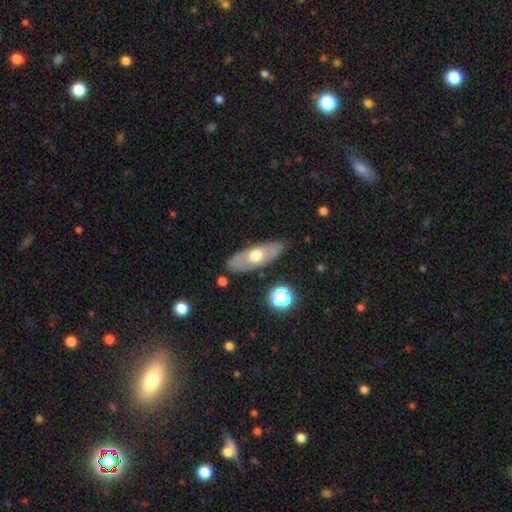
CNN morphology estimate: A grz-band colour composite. It shows a featured or disk galaxy (50%). Merging: none (81%).